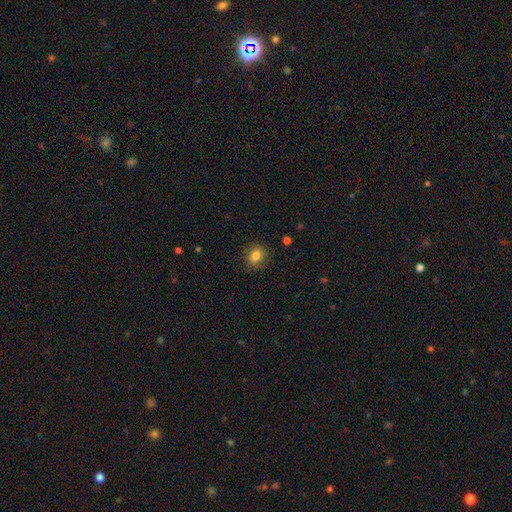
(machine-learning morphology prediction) smooth_or_featured: smooth (p=0.80) [alt: star or artifact p=0.10]
how_rounded: round (p=0.67) [alt: in between p=0.32]
merging: none (p=0.83) [alt: minor disturbance p=0.13]